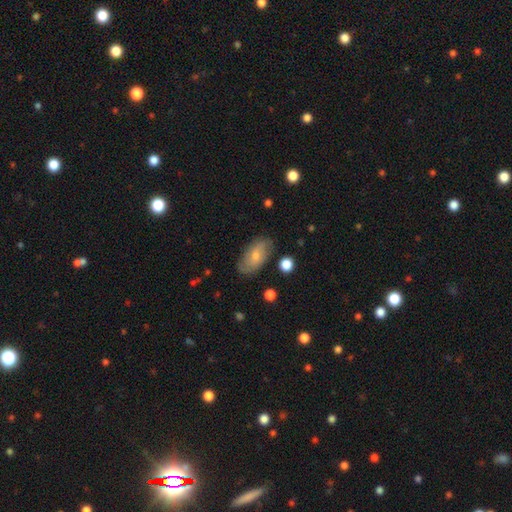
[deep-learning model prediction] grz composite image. It shows a smooth galaxy with no disk features (59%) that is in between round and cigar-shaped (92%). Merging: none (76%).